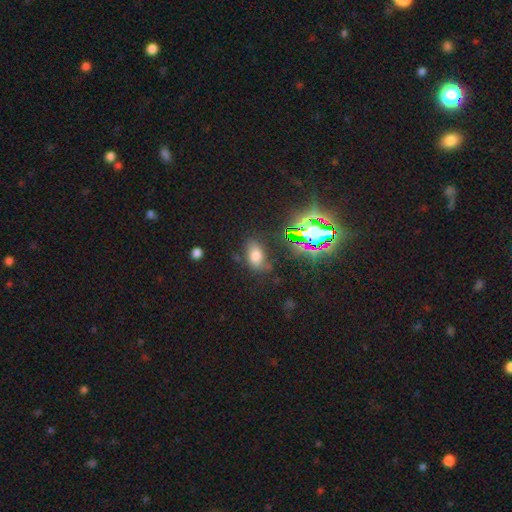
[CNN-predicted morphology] Smooth or featured?
  - smooth: 64% *
  - star or artifact: 25%
  - featured or disk: 12%
How rounded?
  - in between: 88% *
  - round: 10%
  - cigar-shaped: 2%
Merging?
  - none: 69% *
  - minor disturbance: 19%
  - major disturbance: 8%
  - merger: 4%